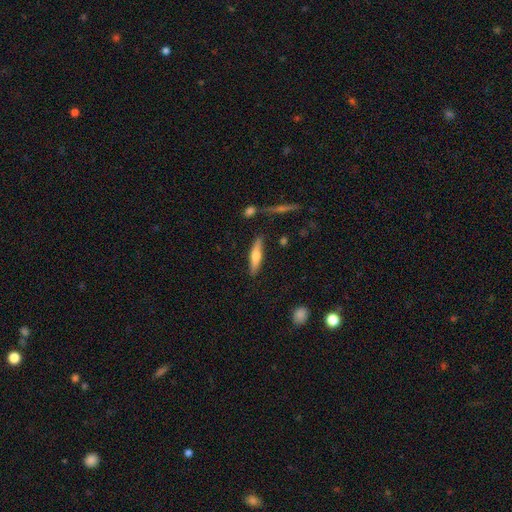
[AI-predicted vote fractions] Q: Smooth or featured?
A: smooth (53%); runner-up: featured or disk (40%)
Q: How rounded?
A: cigar-shaped (79%); runner-up: in between (20%)
Q: Merging?
A: none (84%); runner-up: minor disturbance (11%)